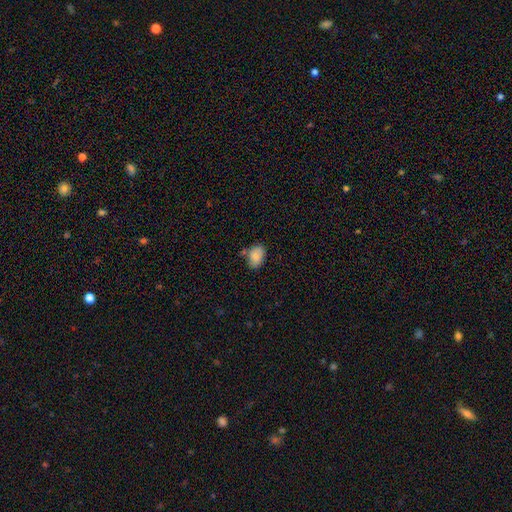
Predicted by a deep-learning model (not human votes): Smooth or featured? smooth (86%)
How rounded? in between (82%)
Merging? none (64%)